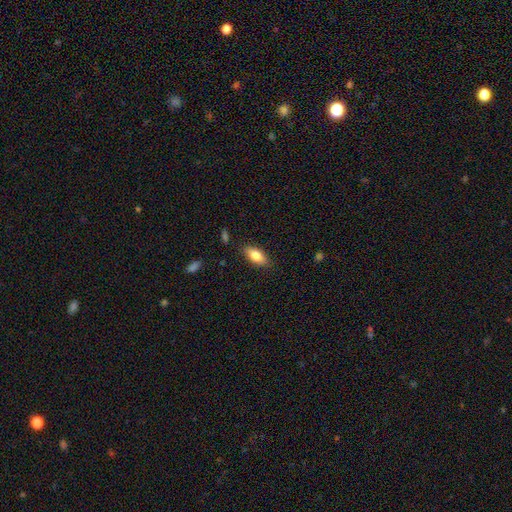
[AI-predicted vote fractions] smooth-or-featured: smooth: 80% | featured or disk: 13% | star or artifact: 7%
  how-rounded: in between: 86% | cigar-shaped: 11% | round: 3%
  merging: none: 85% | minor disturbance: 11% | major disturbance: 2% | merger: 1%